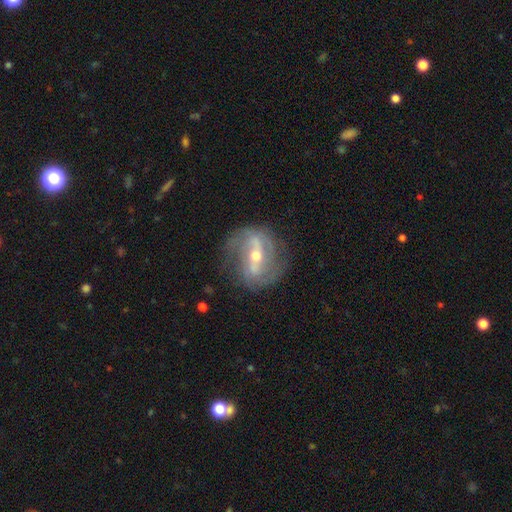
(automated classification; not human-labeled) A featured or disk galaxy (83%) with a strong bar (61%), 2 (74%) medium (41%) spiral arms (85%) and a moderate central bulge (52%). Merging: none (71%).